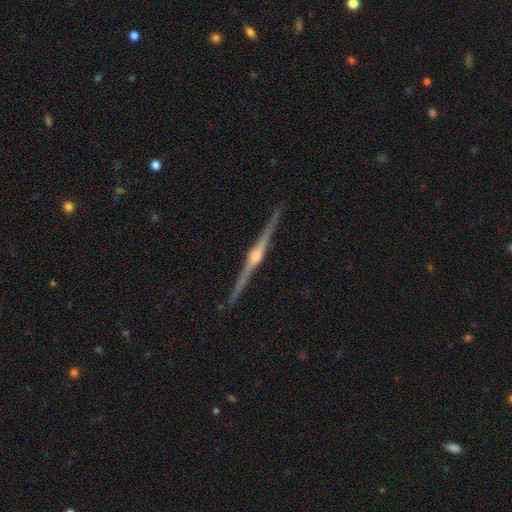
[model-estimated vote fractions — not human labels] Smooth or featured?
  - featured or disk: 89% *
  - smooth: 6%
  - star or artifact: 5%
Edge-on disk?
  - yes: 99% *
  - no: 1%
Edge-on bulge?
  - rounded: 91% *
  - boxy: 5%
  - none: 4%
Merging?
  - none: 92% *
  - minor disturbance: 6%
  - major disturbance: 1%
  - merger: 1%